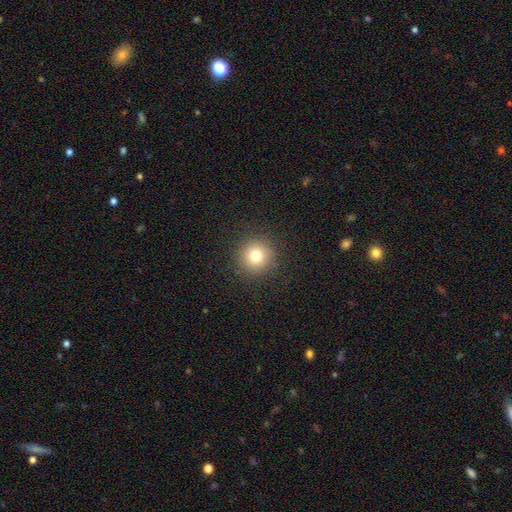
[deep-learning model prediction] A smooth galaxy with no disk features (77%) that is round (95%).

Vote fractions:
- Smooth or featured? smooth: 77% / star or artifact: 14% / featured or disk: 9%
- How rounded? round: 95% / in between: 4% / cigar-shaped: 1%
- Merging? none: 91% / minor disturbance: 6% / major disturbance: 3% / merger: 1%